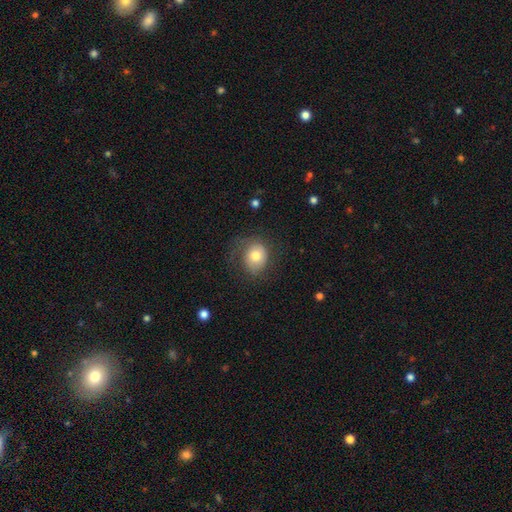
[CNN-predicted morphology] The model was most divided on "how rounded": round: 63%, in between: 36%, cigar-shaped: 1%. More confident: smooth or featured — smooth (67%); merging — none (54%).